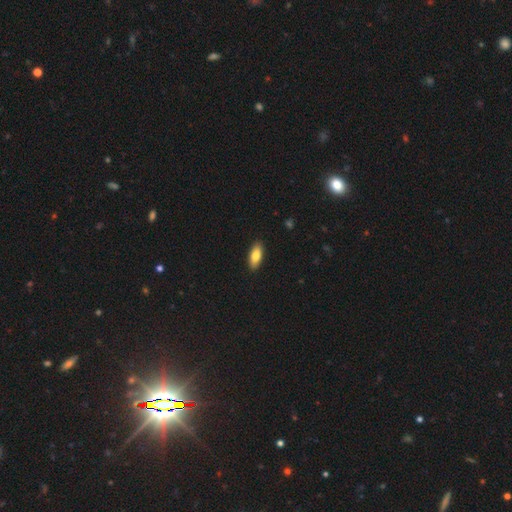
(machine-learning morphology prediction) A smooth galaxy with no disk features (80%) that is in between round and cigar-shaped (81%).

Vote fractions:
- Smooth or featured? smooth: 80% / featured or disk: 13% / star or artifact: 6%
- How rounded? in between: 81% / cigar-shaped: 17% / round: 2%
- Merging? none: 90% / minor disturbance: 7% / major disturbance: 2% / merger: 1%